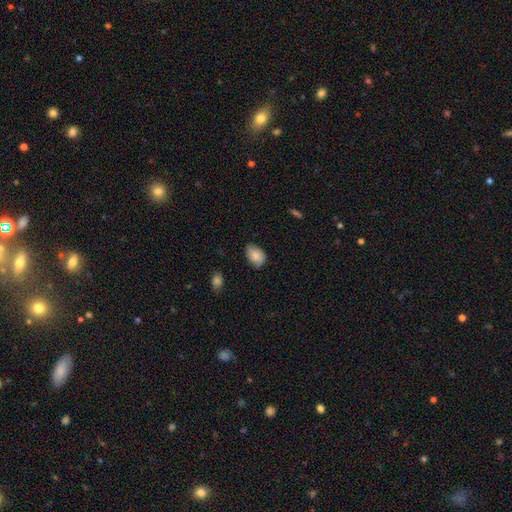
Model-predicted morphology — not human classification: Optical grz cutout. It shows a smooth galaxy with no disk features (81%) that is in between round and cigar-shaped (83%). Merging: none (70%).